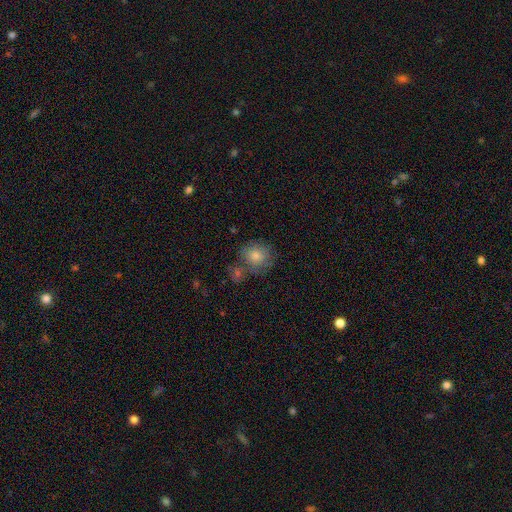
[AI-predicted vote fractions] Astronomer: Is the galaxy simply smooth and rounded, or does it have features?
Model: smooth — 70%.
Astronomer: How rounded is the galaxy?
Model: round — 82%.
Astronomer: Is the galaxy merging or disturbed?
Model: none — 65%.